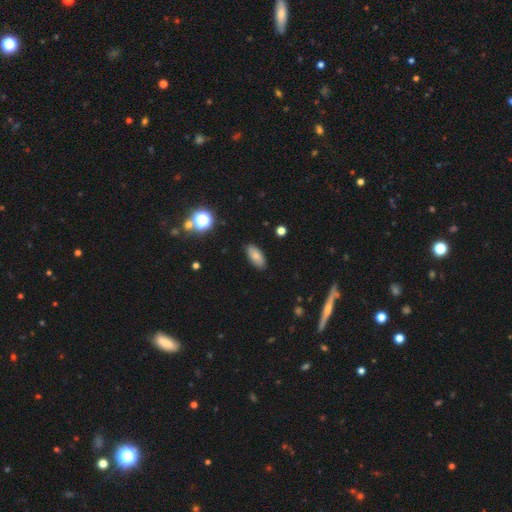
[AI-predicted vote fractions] Smooth or featured: smooth — 80% (featured or disk — 11%)
How rounded: in between — 87% (cigar-shaped — 10%)
Merging: none — 88% (minor disturbance — 9%)